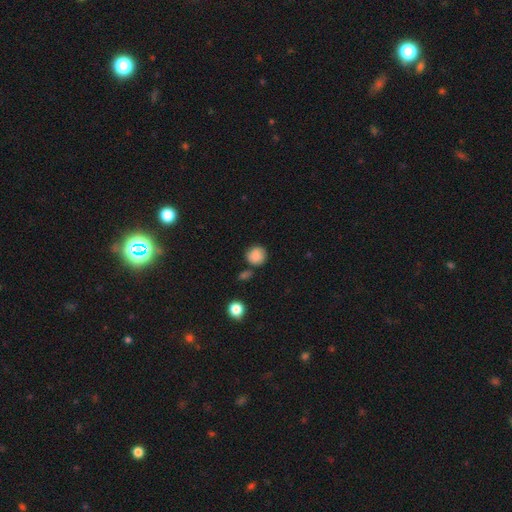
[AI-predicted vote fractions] This appears to be a smooth galaxy with no disk features (86%) that is round (91%). Merging: none (76%).